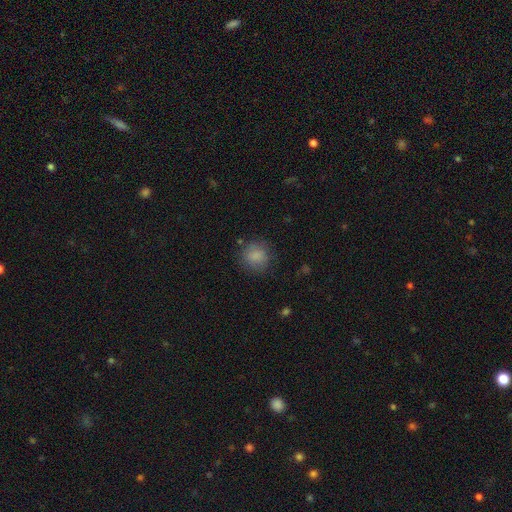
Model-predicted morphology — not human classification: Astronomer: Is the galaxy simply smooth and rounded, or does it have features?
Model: smooth — 84%.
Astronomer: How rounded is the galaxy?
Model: round — 87%.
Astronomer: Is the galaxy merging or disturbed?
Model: none — 78%.